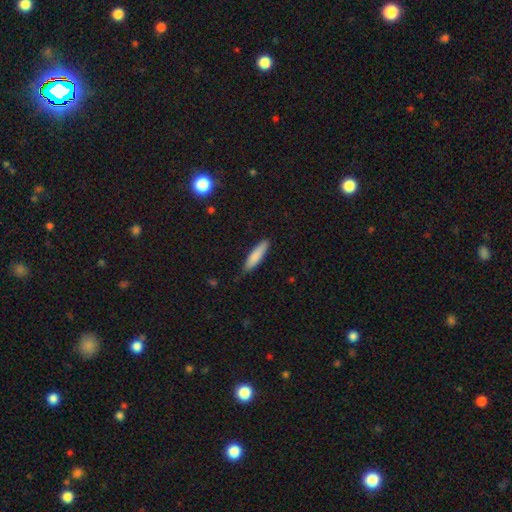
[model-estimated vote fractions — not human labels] Overall: smooth (85%). How rounded: cigar-shaped (76%). Merging: none (84%).